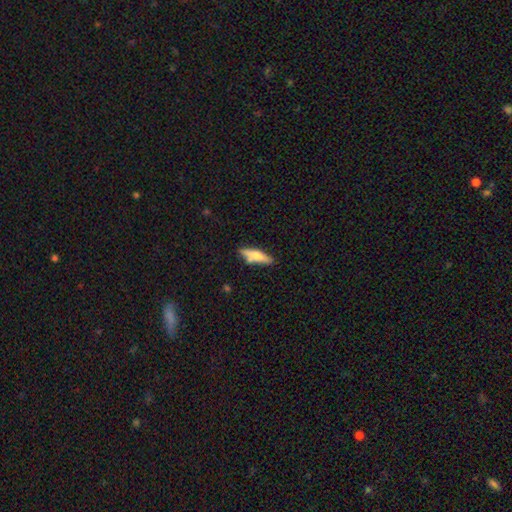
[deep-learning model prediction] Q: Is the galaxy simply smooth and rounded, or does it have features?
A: smooth — 64%.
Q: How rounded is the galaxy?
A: cigar-shaped — 69%.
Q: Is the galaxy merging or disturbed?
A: none — 74%.